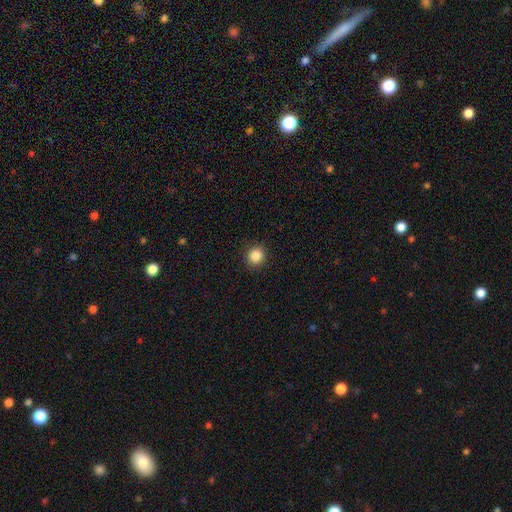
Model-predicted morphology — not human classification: A smooth galaxy with no disk features (86%) that is round (88%). Merging: none (91%).